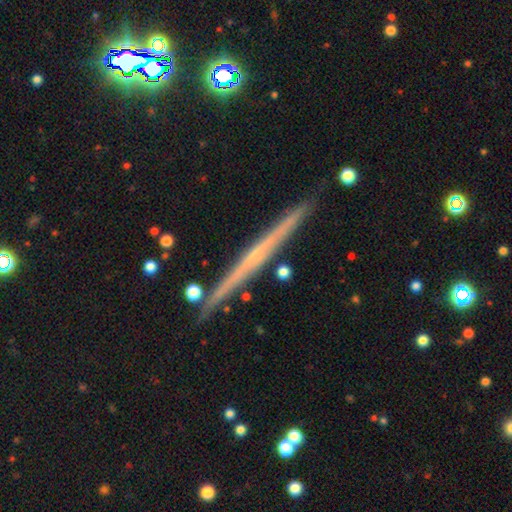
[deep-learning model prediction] Smooth or featured? featured or disk (71%)
Edge-on disk? yes (98%)
Edge-on bulge? none (70%)
Merging? none (90%)